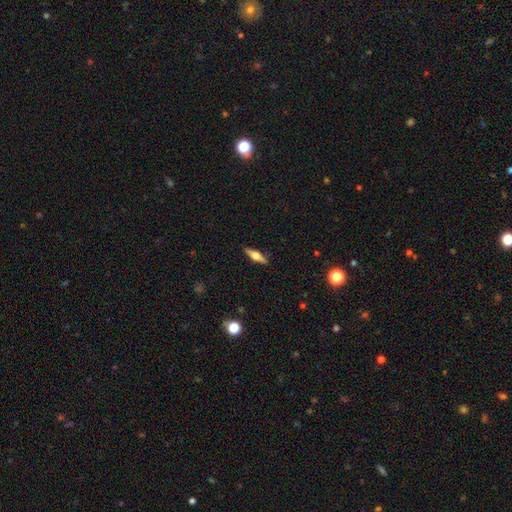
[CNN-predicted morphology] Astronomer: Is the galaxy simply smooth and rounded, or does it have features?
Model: featured or disk — 58% (runner-up: smooth, 35%).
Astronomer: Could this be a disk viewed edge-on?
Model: yes — 95%.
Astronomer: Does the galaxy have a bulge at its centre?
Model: rounded — 93%.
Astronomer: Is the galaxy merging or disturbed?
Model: none — 90%.